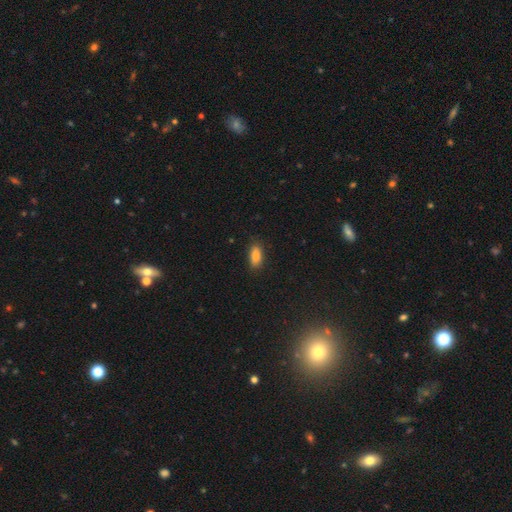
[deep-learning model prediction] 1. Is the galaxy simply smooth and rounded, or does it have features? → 83% smooth, 8% featured or disk, 8% star or artifact.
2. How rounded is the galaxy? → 87% in between, 10% cigar-shaped, 4% round.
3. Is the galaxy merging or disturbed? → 87% none, 10% minor disturbance, 2% major disturbance, 1% merger.